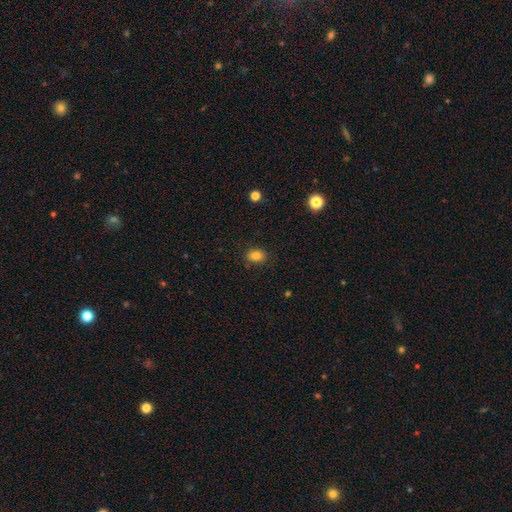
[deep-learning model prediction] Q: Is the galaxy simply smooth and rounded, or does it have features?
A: smooth — 83%.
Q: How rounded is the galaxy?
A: in between — 60%.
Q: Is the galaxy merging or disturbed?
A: none — 84%.